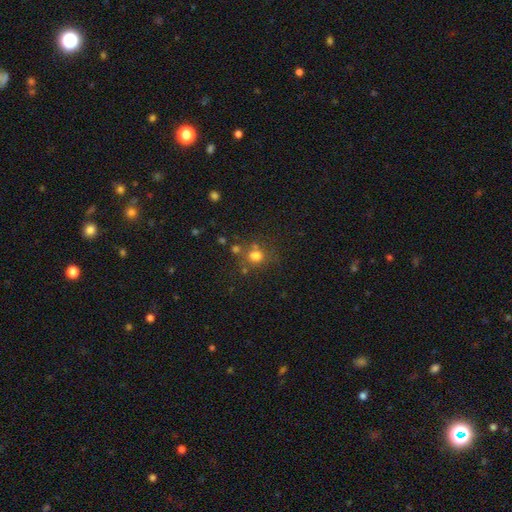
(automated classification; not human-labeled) Smooth or featured: smooth — 74% (star or artifact — 17%)
How rounded: round — 77% (in between — 22%)
Merging: none — 62% (merger — 18%)